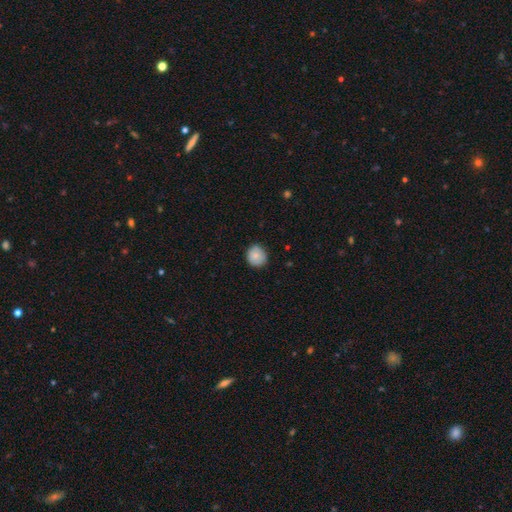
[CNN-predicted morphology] The model was most divided on "merging": none: 84%, minor disturbance: 13%, major disturbance: 2%, merger: 1%. More confident: how rounded — round (87%); smooth or featured — smooth (82%).